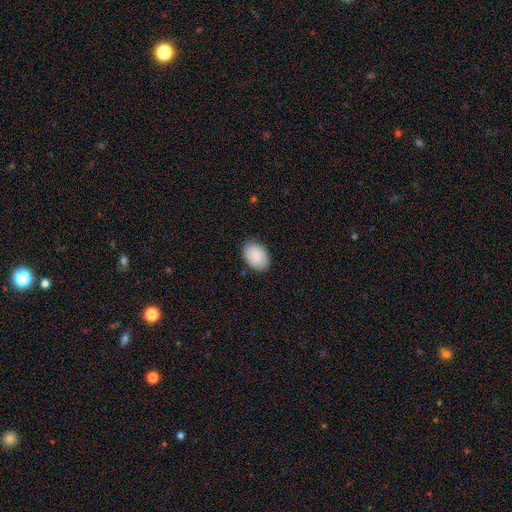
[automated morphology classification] Smooth or featured: smooth — 90% (star or artifact — 6%)
How rounded: in between — 88% (round — 11%)
Merging: none — 86% (minor disturbance — 11%)